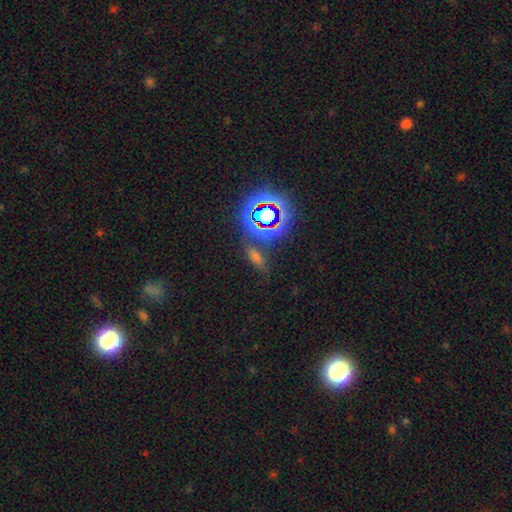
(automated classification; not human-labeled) smooth_or_featured: smooth (p=0.49) [alt: star or artifact p=0.37]
merging: none (p=0.72) [alt: minor disturbance p=0.14]